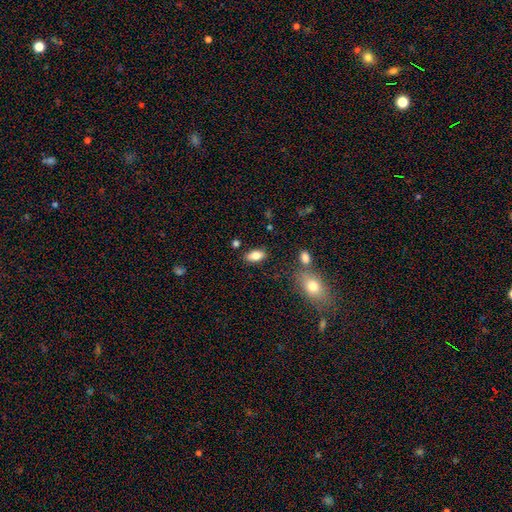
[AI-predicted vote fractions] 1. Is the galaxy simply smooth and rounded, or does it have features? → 81% smooth, 11% featured or disk, 8% star or artifact.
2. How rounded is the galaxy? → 90% in between, 6% cigar-shaped, 4% round.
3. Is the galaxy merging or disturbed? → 81% none, 11% minor disturbance, 4% merger, 3% major disturbance.